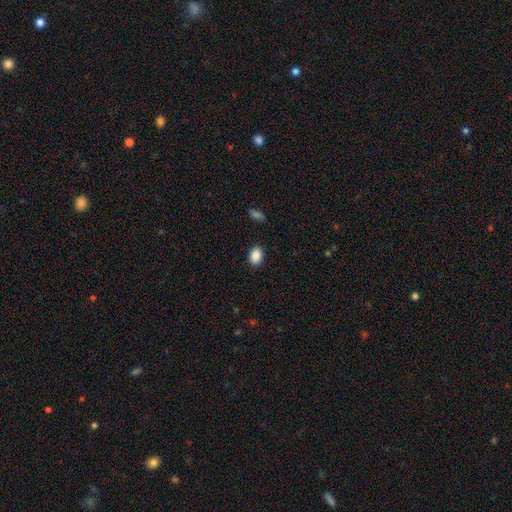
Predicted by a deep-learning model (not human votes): Q: Smooth or featured?
A: smooth (88%); runner-up: star or artifact (8%)
Q: How rounded?
A: in between (82%); runner-up: round (17%)
Q: Merging?
A: none (88%); runner-up: minor disturbance (8%)